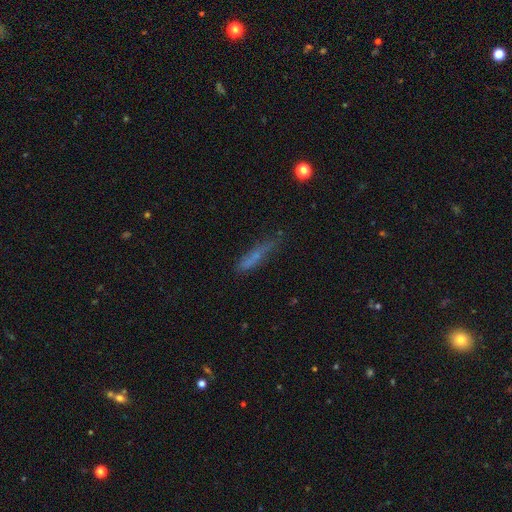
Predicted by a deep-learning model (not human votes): Smooth or featured: smooth — 58% (featured or disk — 27%)
How rounded: cigar-shaped — 85% (in between — 13%)
Merging: none — 61% (minor disturbance — 26%)